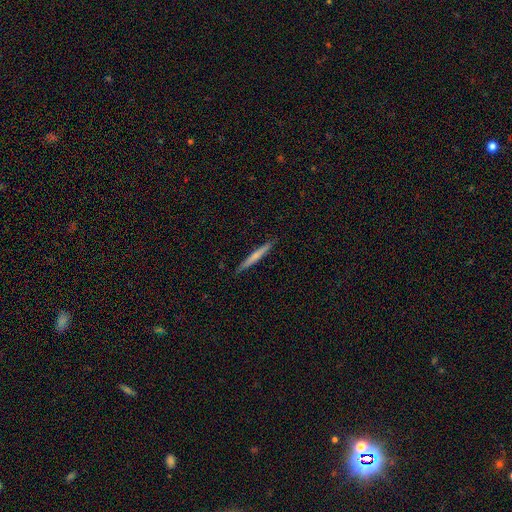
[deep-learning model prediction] A smooth galaxy with no disk features (61%) that is cigar-shaped (97%).

Vote fractions:
- Smooth or featured? smooth: 61% / featured or disk: 33% / star or artifact: 5%
- How rounded? cigar-shaped: 97% / in between: 2% / round: 1%
- Merging? none: 91% / minor disturbance: 7% / major disturbance: 1% / merger: 1%